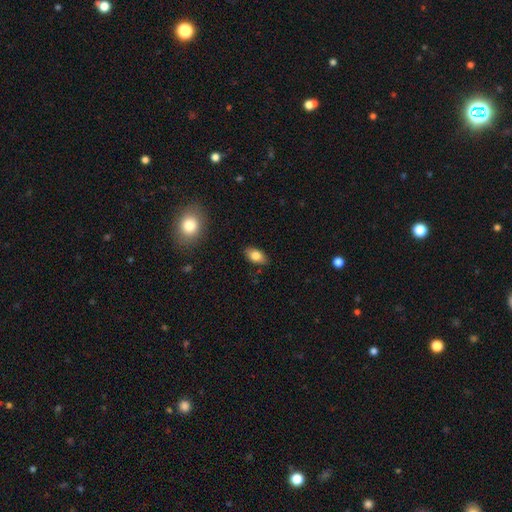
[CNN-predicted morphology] Smooth or featured: smooth — 80% (featured or disk — 12%)
How rounded: in between — 90% (round — 6%)
Merging: none — 85% (minor disturbance — 11%)